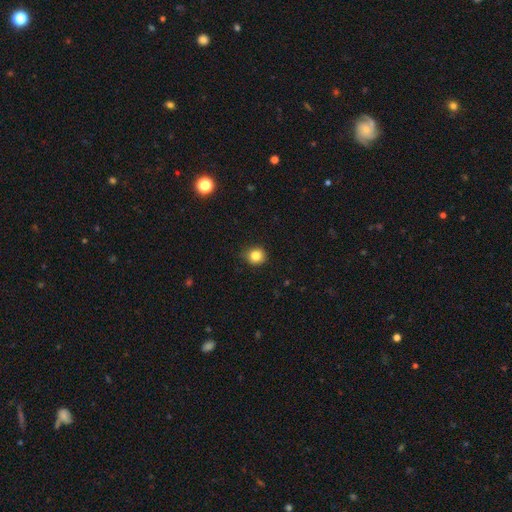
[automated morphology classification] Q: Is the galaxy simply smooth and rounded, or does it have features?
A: smooth — 84%.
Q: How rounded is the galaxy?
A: round — 84%.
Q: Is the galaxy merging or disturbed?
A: none — 84%.